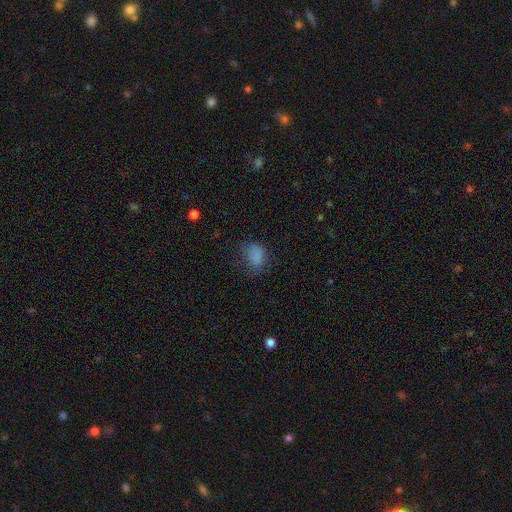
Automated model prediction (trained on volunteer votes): Smooth or featured? smooth (78%)
How rounded? in between (76%)
Merging? none (49%)